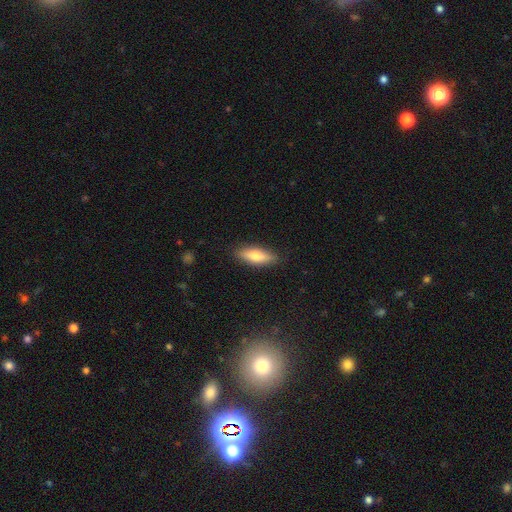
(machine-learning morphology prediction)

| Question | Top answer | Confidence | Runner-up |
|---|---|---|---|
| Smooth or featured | smooth | 70% | featured or disk (24%) |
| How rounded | in between | 56% | cigar-shaped (41%) |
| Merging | none | 86% | minor disturbance (10%) |